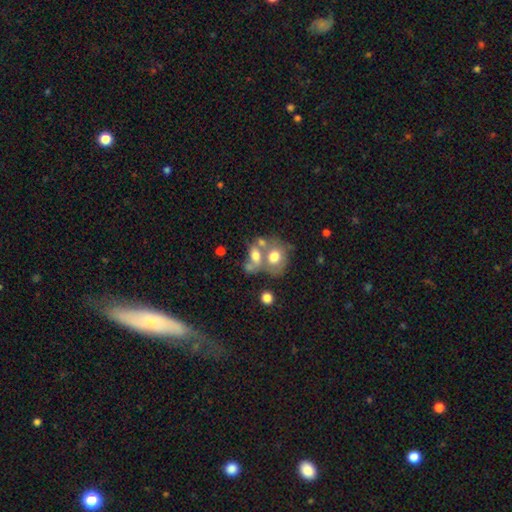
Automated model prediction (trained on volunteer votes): Smooth or featured: smooth — 63% (featured or disk — 26%)
How rounded: in between — 62% (round — 36%)
Merging: merger — 55% (none — 25%)